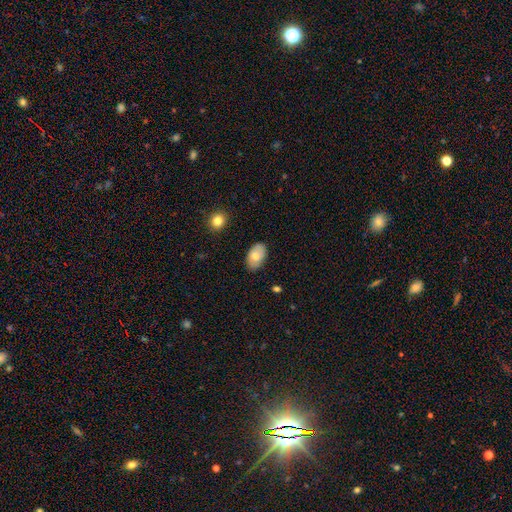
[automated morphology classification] Smooth or featured?
  - smooth: 76% *
  - featured or disk: 18%
  - star or artifact: 7%
How rounded?
  - in between: 92% *
  - round: 7%
  - cigar-shaped: 1%
Merging?
  - none: 81% *
  - minor disturbance: 15%
  - major disturbance: 3%
  - merger: 1%